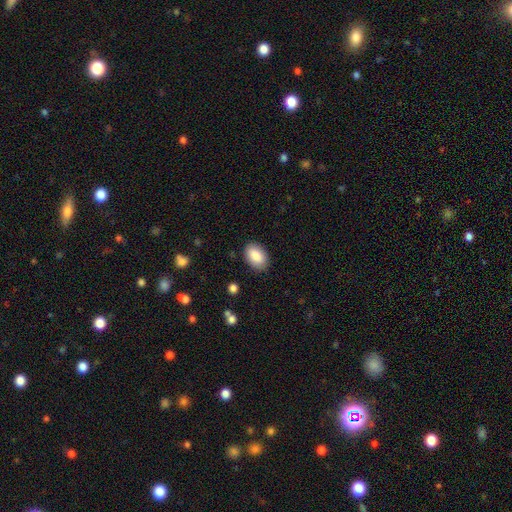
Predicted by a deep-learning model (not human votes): A smooth galaxy with no disk features (87%) that is in between round and cigar-shaped (90%).

Vote fractions:
- Smooth or featured? smooth: 87% / star or artifact: 7% / featured or disk: 7%
- How rounded? in between: 90% / round: 9% / cigar-shaped: 1%
- Merging? none: 88% / minor disturbance: 9% / major disturbance: 2% / merger: 1%